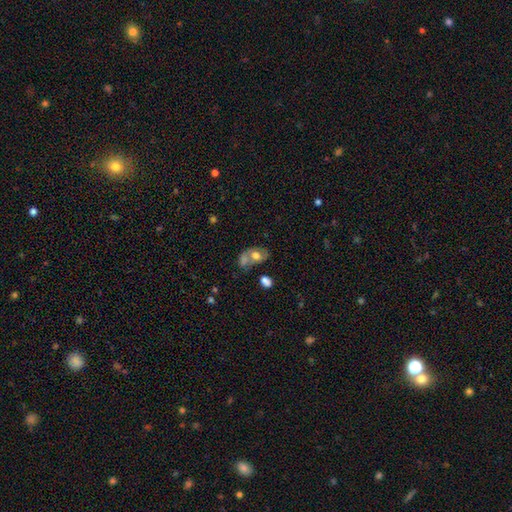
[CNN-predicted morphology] This is possibly a smooth galaxy (53%). How rounded: clearly in between (82%). Merging: marginally none (36%).